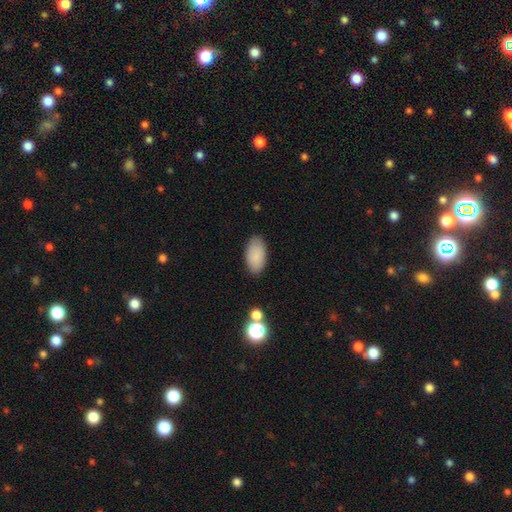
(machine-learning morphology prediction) This appears to be a smooth galaxy with no disk features (86%) that is in between round and cigar-shaped (95%). Merging: none (86%).